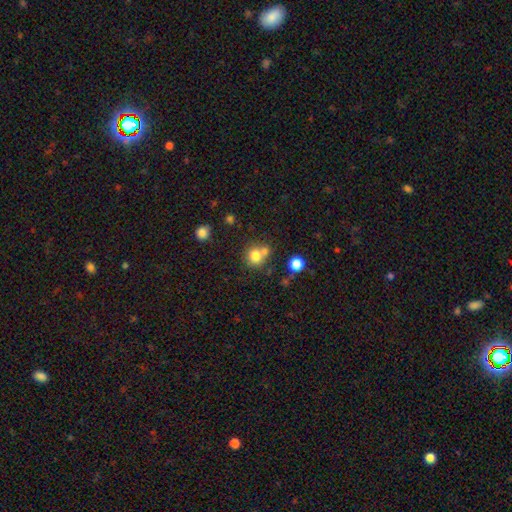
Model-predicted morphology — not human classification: Q: Smooth or featured?
A: smooth (78%); runner-up: star or artifact (12%)
Q: How rounded?
A: round (86%); runner-up: in between (13%)
Q: Merging?
A: none (54%); runner-up: merger (34%)